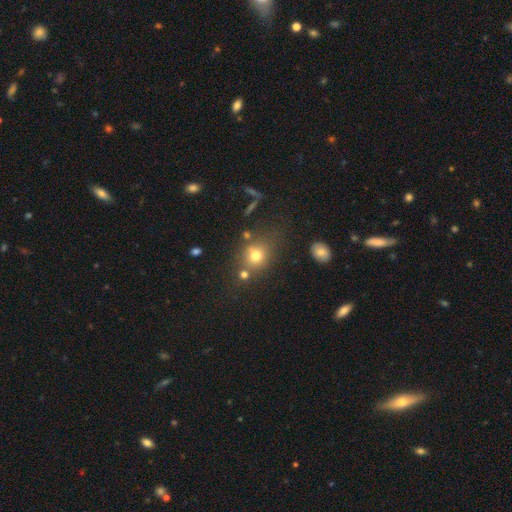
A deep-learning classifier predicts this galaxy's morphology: A smooth galaxy with no disk features (72%) that is round (73%). Merging: none (62%).